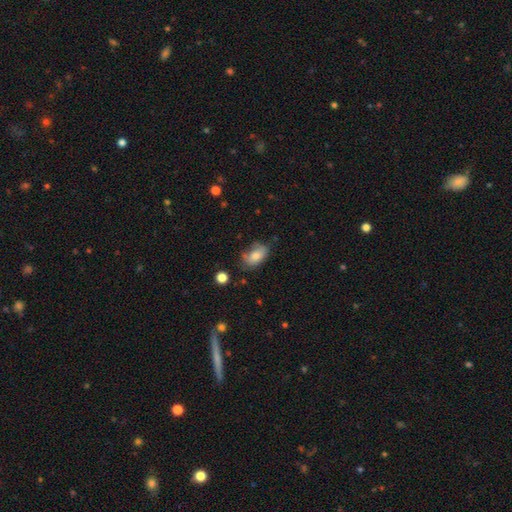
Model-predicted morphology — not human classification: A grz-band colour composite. It shows a smooth galaxy with no disk features (74%) that is in between round and cigar-shaped (88%). Merging: none (51%).